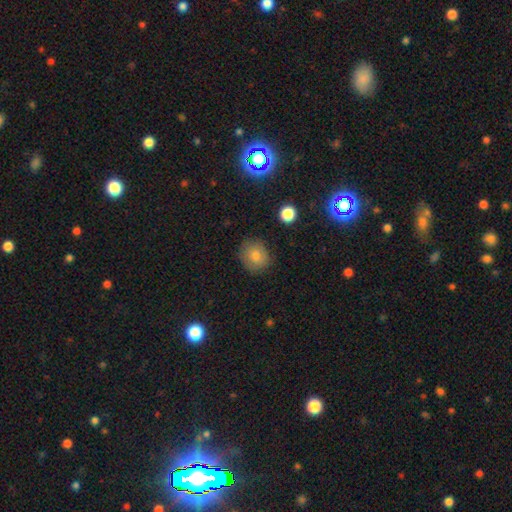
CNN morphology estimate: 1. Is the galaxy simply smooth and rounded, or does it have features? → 73% smooth, 15% star or artifact, 13% featured or disk.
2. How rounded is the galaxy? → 85% round, 14% in between, 1% cigar-shaped.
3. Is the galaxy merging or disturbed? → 85% none, 11% minor disturbance, 3% major disturbance, 1% merger.